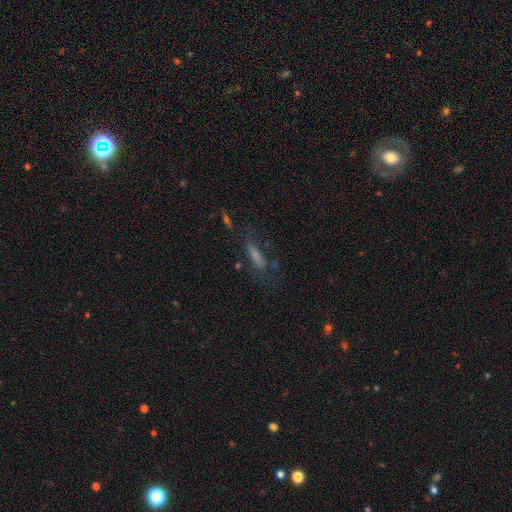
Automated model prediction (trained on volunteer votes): This appears to be a smooth galaxy with no disk features (47%). Merging: none (58%).